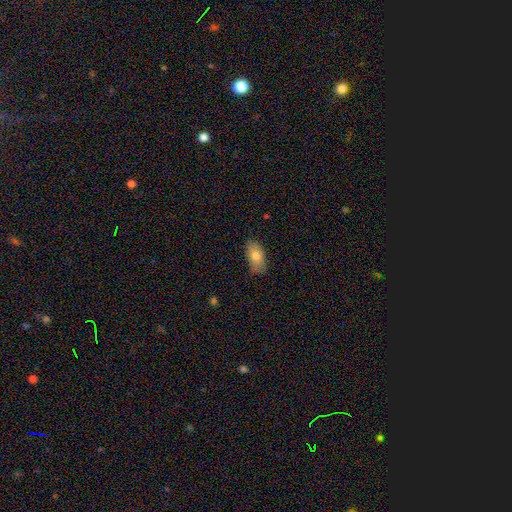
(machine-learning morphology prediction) Overall: smooth (78%). How rounded: in between (92%). Merging: none (79%).